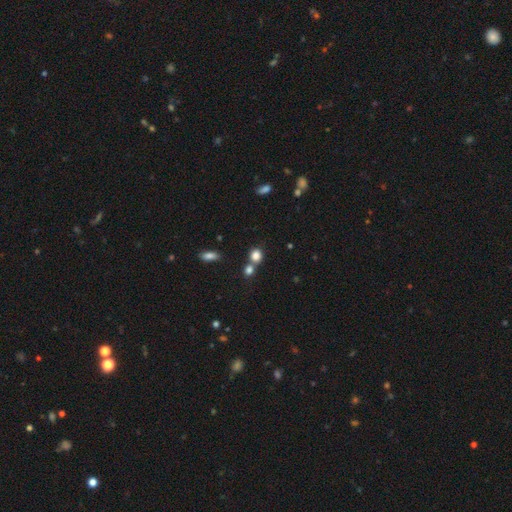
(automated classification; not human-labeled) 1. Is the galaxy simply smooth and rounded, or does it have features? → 81% smooth, 13% star or artifact, 6% featured or disk.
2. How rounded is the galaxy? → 73% round, 25% in between, 1% cigar-shaped.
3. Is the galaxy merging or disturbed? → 54% none, 32% merger, 10% minor disturbance, 4% major disturbance.